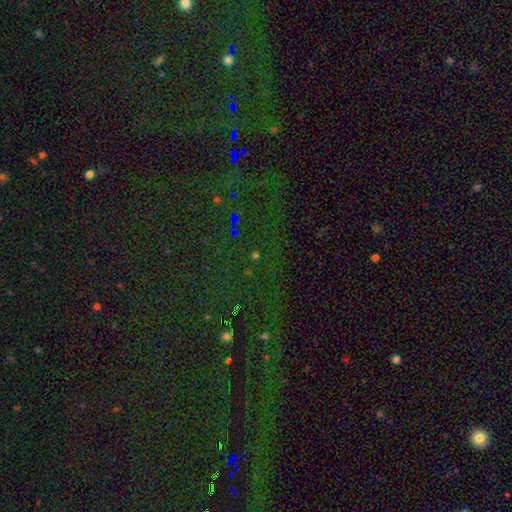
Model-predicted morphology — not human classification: Overall: star or artifact (76%).